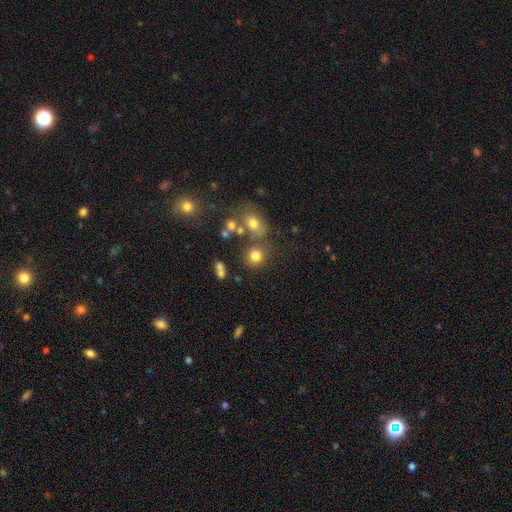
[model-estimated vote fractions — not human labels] A smooth galaxy with no disk features (77%) that is round (84%). Merging: none (66%).